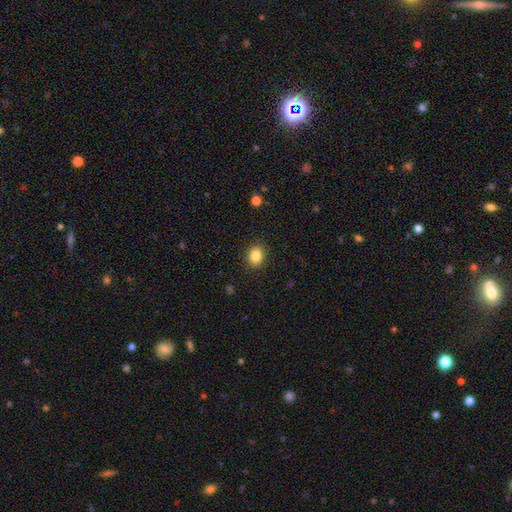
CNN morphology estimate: This appears to be a smooth galaxy with no disk features (85%) that is round (52%). Merging: none (89%).